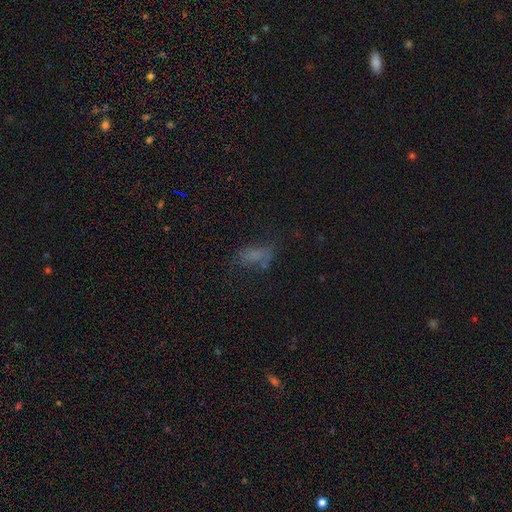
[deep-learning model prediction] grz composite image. It shows a smooth galaxy with no disk features (60%) that is in between round and cigar-shaped (83%). Merging: none (48%).